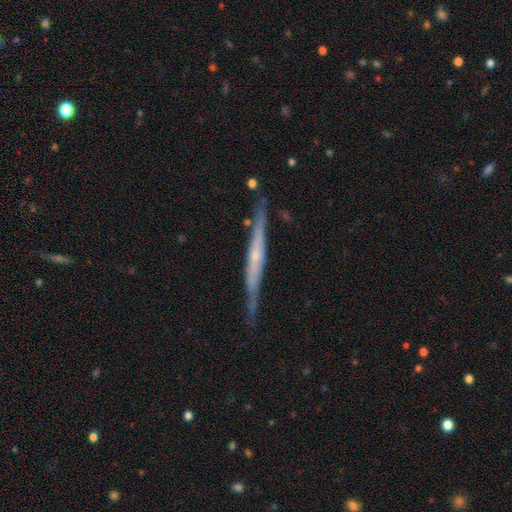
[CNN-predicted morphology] This appears to be a featured or disk galaxy (72%) viewed edge-on (96%) with no central bulge (51%). Merging: none (82%).